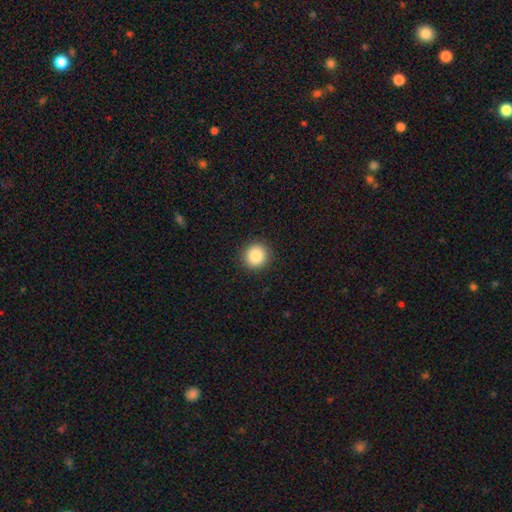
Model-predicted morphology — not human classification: Q: Smooth or featured?
A: smooth (86%); runner-up: star or artifact (9%)
Q: How rounded?
A: round (92%); runner-up: in between (7%)
Q: Merging?
A: none (92%); runner-up: minor disturbance (5%)